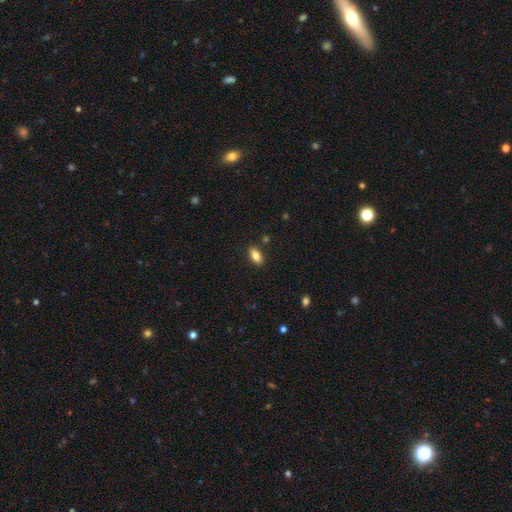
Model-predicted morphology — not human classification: A smooth galaxy with no disk features (81%) that is in between round and cigar-shaped (89%). Merging: none (87%).